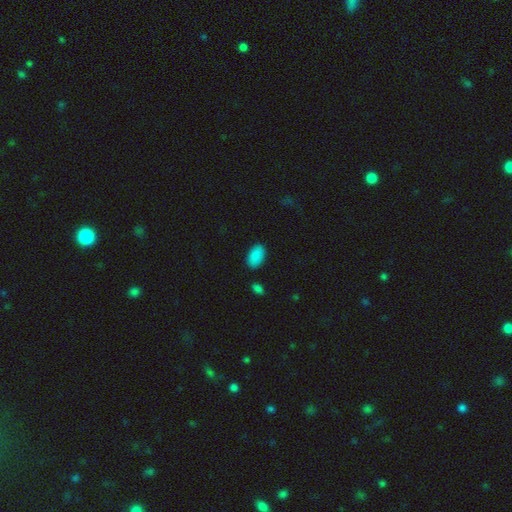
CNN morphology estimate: A smooth galaxy with no disk features (89%) that is in between round and cigar-shaped (94%).

Vote fractions:
- Smooth or featured? smooth: 89% / star or artifact: 7% / featured or disk: 3%
- How rounded? in between: 94% / round: 4% / cigar-shaped: 2%
- Merging? none: 86% / minor disturbance: 10% / major disturbance: 2% / merger: 2%